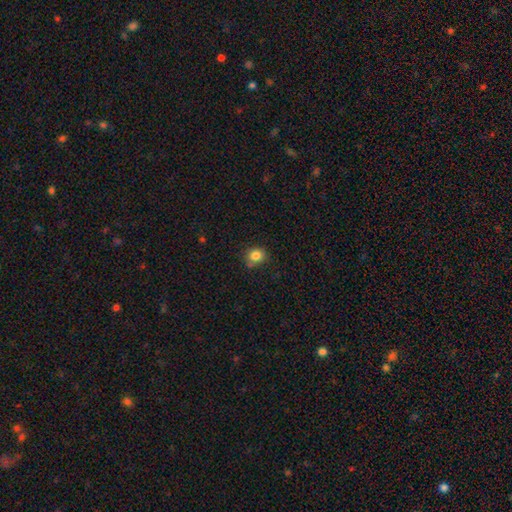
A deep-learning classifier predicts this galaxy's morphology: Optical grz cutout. It shows a smooth galaxy with no disk features (83%) that is round (72%). Merging: none (74%).